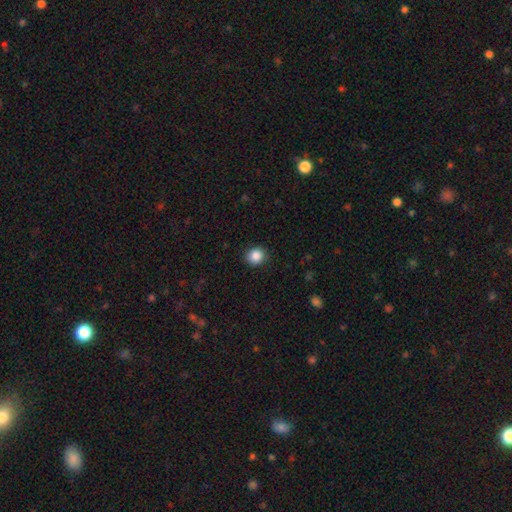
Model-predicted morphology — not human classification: smooth_or_featured: smooth (p=0.86) [alt: star or artifact p=0.10]
how_rounded: round (p=0.82) [alt: in between p=0.17]
merging: none (p=0.90) [alt: minor disturbance p=0.07]